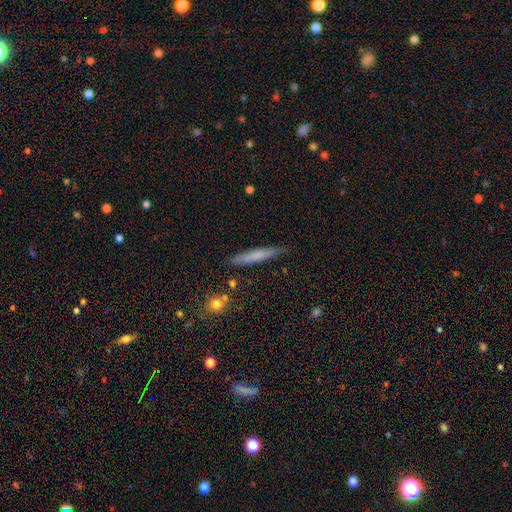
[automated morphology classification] smooth 64%, featured or disk 29%, star or artifact 7%. Down the decision tree: how rounded — cigar-shaped (94%); merging — none (85%).